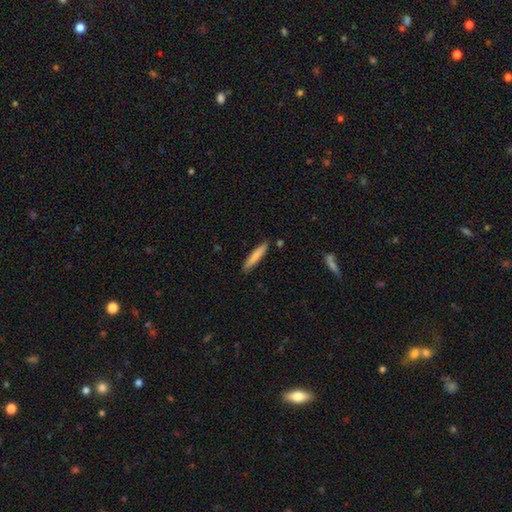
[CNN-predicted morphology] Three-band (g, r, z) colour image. It shows a smooth galaxy with no disk features (81%) that is cigar-shaped (92%). Merging: none (86%).